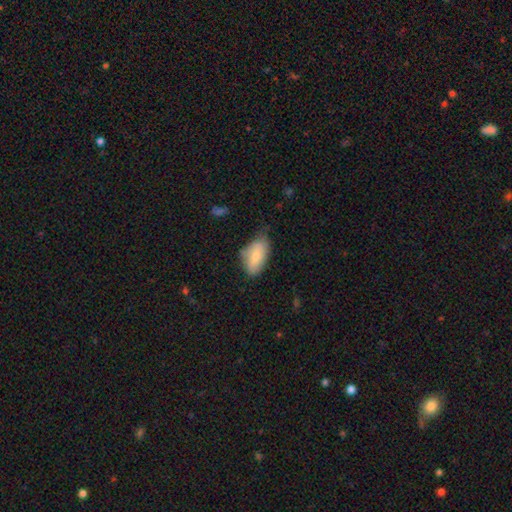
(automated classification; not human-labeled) Smooth or featured? Predicted: smooth (p=0.74). How rounded? Predicted: in between (p=0.92). Merging? Predicted: none (p=0.54).